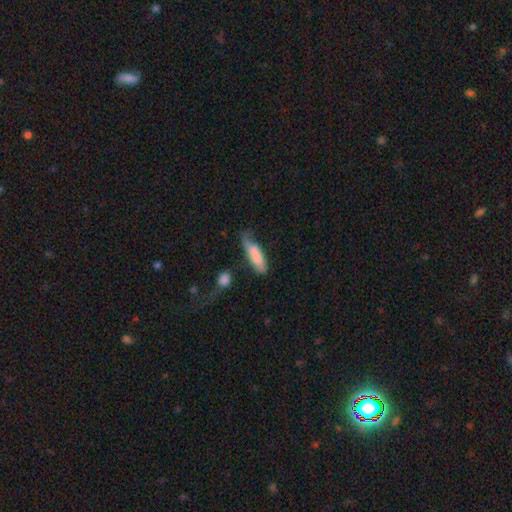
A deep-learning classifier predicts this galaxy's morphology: This is likely a smooth galaxy (74%). How rounded: possibly cigar-shaped (53%). Merging: marginally none (35%).